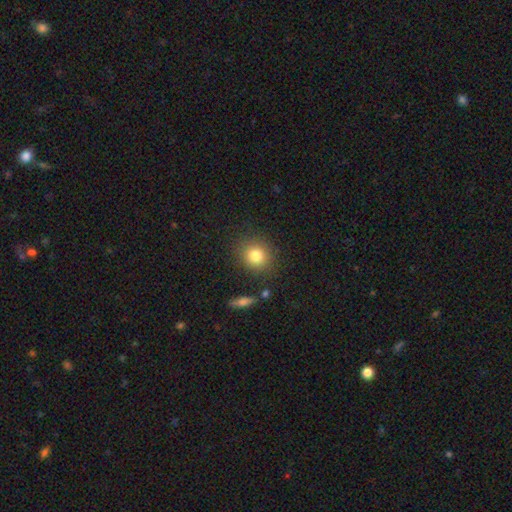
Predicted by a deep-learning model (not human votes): smooth-or-featured: smooth: 82% | star or artifact: 10% | featured or disk: 8%
  how-rounded: round: 78% | in between: 21% | cigar-shaped: 1%
  merging: none: 84% | minor disturbance: 9% | merger: 3% | major disturbance: 3%